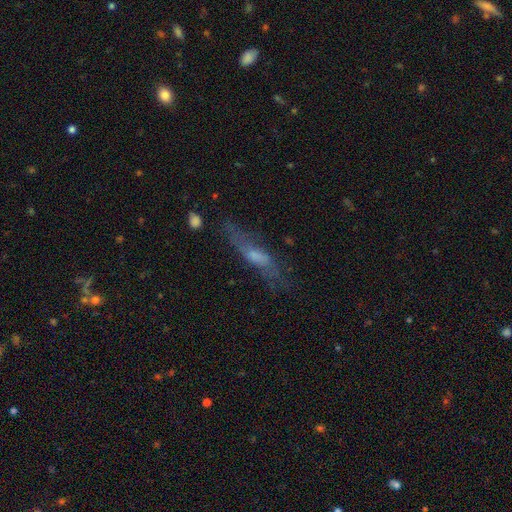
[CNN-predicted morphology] Overall: featured or disk (53%; smooth 33%). Edge-on disk: yes (61%; no 39%). Merging: none (68%).